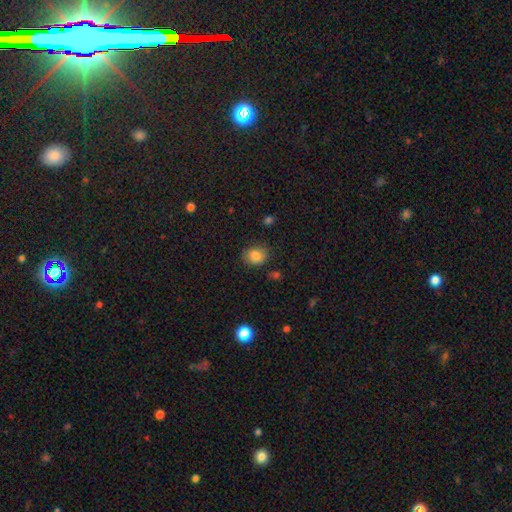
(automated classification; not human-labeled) Smooth or featured? smooth (84%)
How rounded? round (56%)
Merging? none (79%)